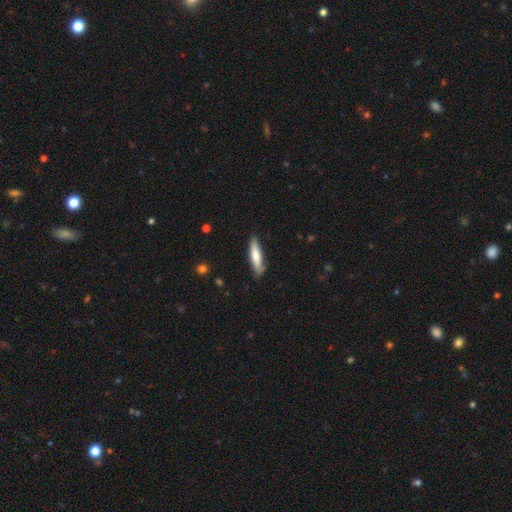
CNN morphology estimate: This appears to be a smooth galaxy with no disk features (66%) that is cigar-shaped (76%). Merging: none (81%).